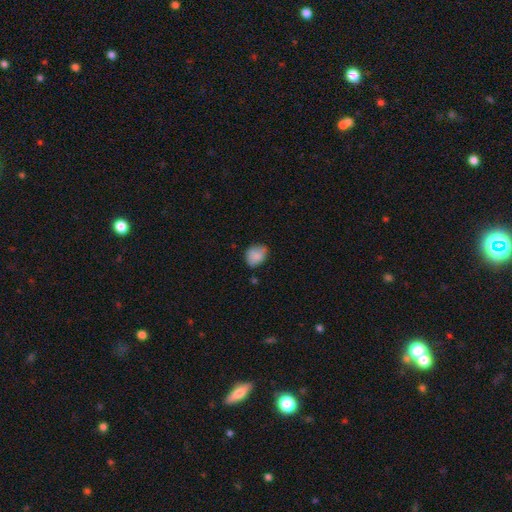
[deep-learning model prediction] This appears to be a smooth galaxy with no disk features (81%) that is in between round and cigar-shaped (53%). Merging: none (57%).